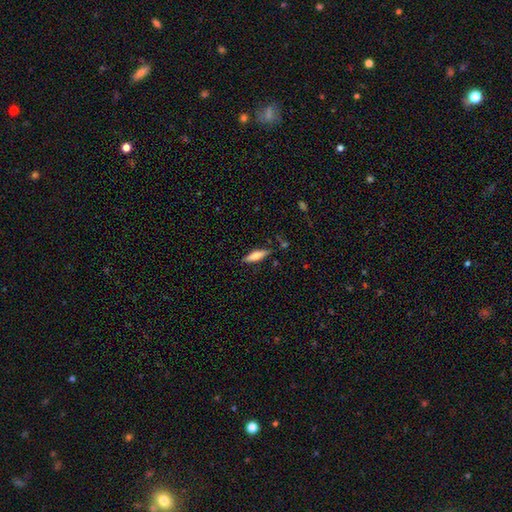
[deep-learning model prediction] Smooth or featured? smooth (59%)
How rounded? cigar-shaped (68%)
Merging? none (82%)